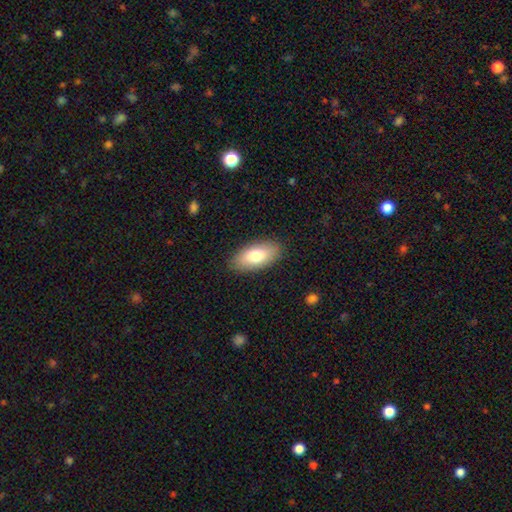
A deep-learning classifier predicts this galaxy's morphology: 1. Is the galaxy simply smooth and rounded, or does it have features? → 77% smooth, 16% featured or disk, 7% star or artifact.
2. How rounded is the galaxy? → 91% in between, 5% cigar-shaped, 3% round.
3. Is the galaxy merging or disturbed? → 87% none, 10% minor disturbance, 2% major disturbance, 1% merger.